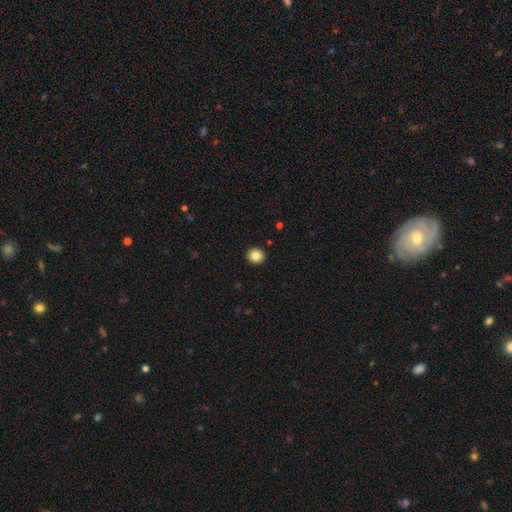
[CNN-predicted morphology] Smooth or featured: smooth — 84% (star or artifact — 10%)
How rounded: round — 88% (in between — 12%)
Merging: none — 93% (minor disturbance — 5%)